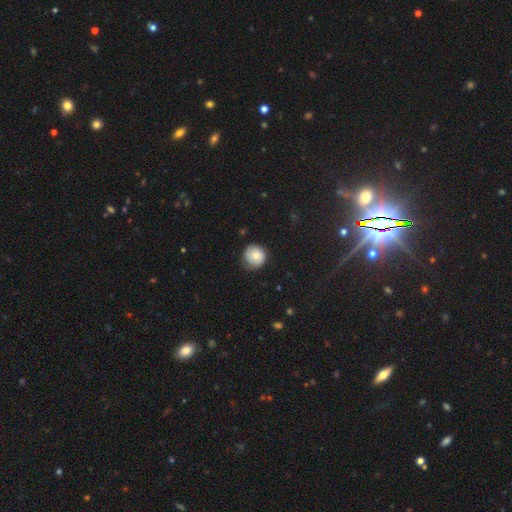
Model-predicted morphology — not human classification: Overall: smooth (69%). How rounded: round (91%). Merging: none (74%).